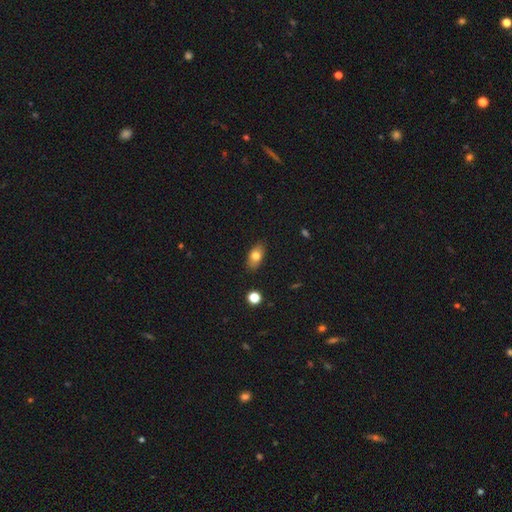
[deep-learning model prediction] smooth-or-featured: smooth: 75% | featured or disk: 16% | star or artifact: 8%
  how-rounded: in between: 86% | round: 9% | cigar-shaped: 5%
  merging: none: 86% | minor disturbance: 11% | major disturbance: 2% | merger: 1%